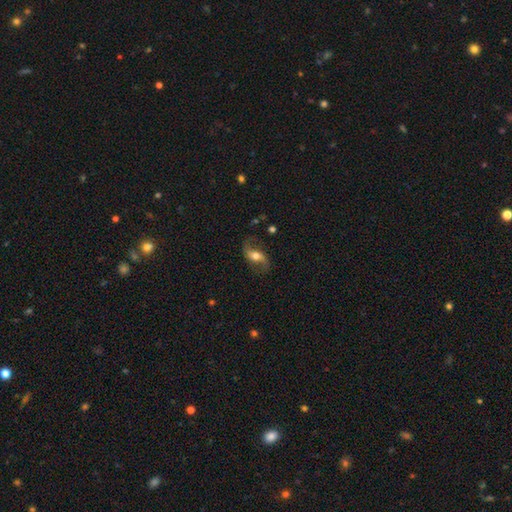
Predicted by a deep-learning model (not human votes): Smooth or featured?
  - featured or disk: 76% *
  - smooth: 17%
  - star or artifact: 7%
Edge-on disk?
  - no: 94% *
  - yes: 6%
Bar?
  - no: 45% *
  - weak: 34%
  - strong: 21%
Spiral arms?
  - yes: 91% *
  - no: 9%
Spiral winding?
  - loose: 78% *
  - medium: 17%
  - tight: 4%
Spiral arm count?
  - 2: 92% *
  - 1: 3%
  - can't tell: 2%
  - 3: 1%
  - 4: 1%
  - more than 4: 1%
Bulge size?
  - moderate: 69% *
  - small: 16%
  - large: 11%
  - dominant: 2%
  - none: 1%
Merging?
  - none: 76% *
  - minor disturbance: 15%
  - major disturbance: 8%
  - merger: 2%